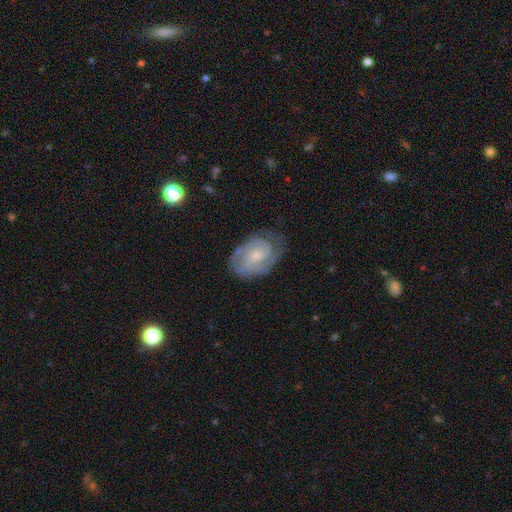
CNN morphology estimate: Smooth or featured? featured or disk (76%)
Edge-on disk? no (97%)
Bar? no (67%)
Spiral arms? yes (92%)
Spiral winding? tight (60%)
Spiral arm count? 2 (51%)
Bulge size? small (66%)
Merging? none (69%)